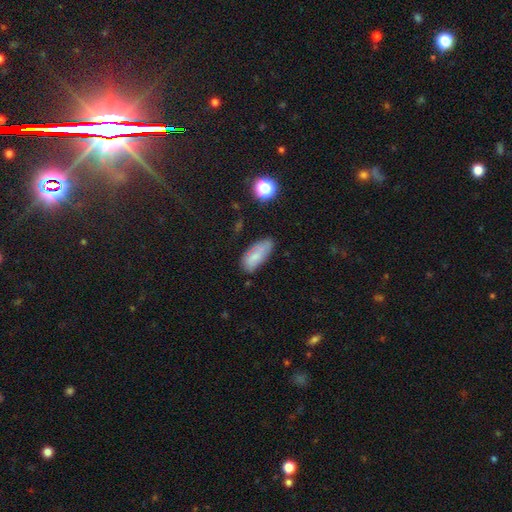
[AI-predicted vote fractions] Smooth or featured: smooth — 65% (featured or disk — 24%)
How rounded: in between — 86% (cigar-shaped — 11%)
Merging: none — 62% (minor disturbance — 27%)